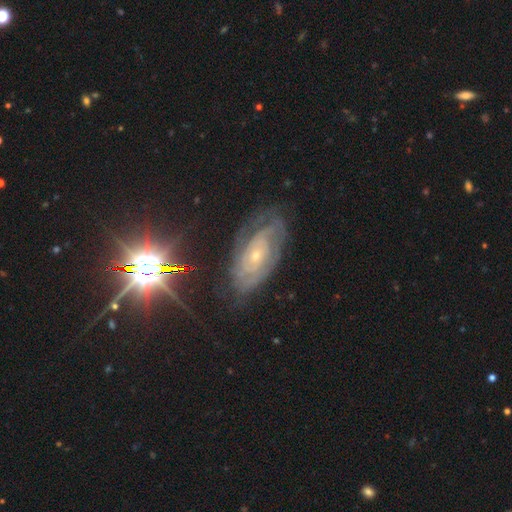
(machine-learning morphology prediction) This is likely a featured or disk galaxy (78%). It is clearly not viewed edge-on (93%). Bar: likely no (73%). Spiral arm pattern: clearly yes (92%). Spiral arm count: possibly can't tell (48%). Spiral winding: likely tight (73%). Central bulge: likely small (74%). Merging: likely none (72%).